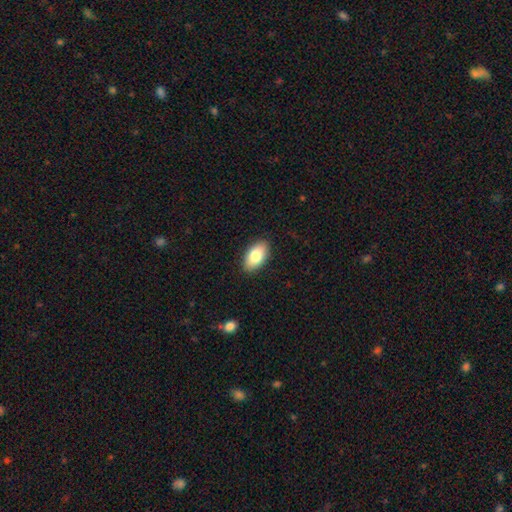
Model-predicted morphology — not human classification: Smooth or featured? Predicted: smooth (p=0.81). How rounded? Predicted: in between (p=0.94). Merging? Predicted: none (p=0.89).